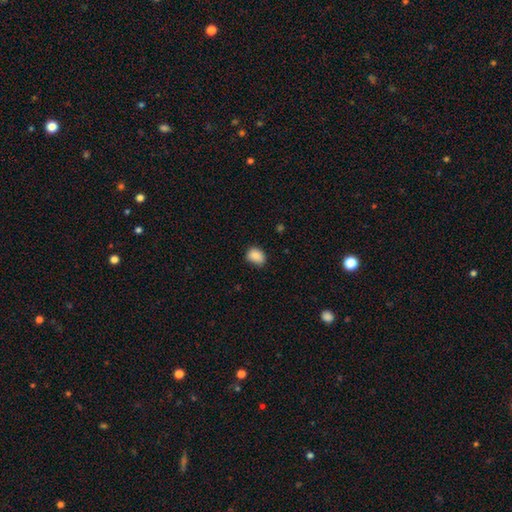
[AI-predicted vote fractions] A smooth galaxy with no disk features (88%) that is in between round and cigar-shaped (64%).

Vote fractions:
- Smooth or featured? smooth: 88% / star or artifact: 8% / featured or disk: 4%
- How rounded? in between: 64% / round: 35% / cigar-shaped: 1%
- Merging? none: 72% / minor disturbance: 23% / major disturbance: 4% / merger: 1%